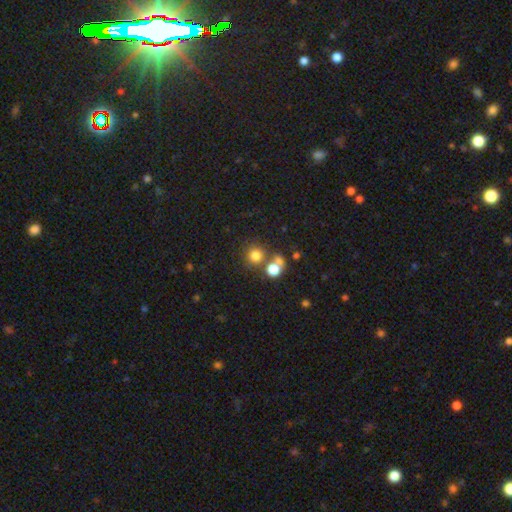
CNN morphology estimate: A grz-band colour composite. It shows a smooth galaxy with no disk features (76%) that is round (91%). Merging: none (68%).